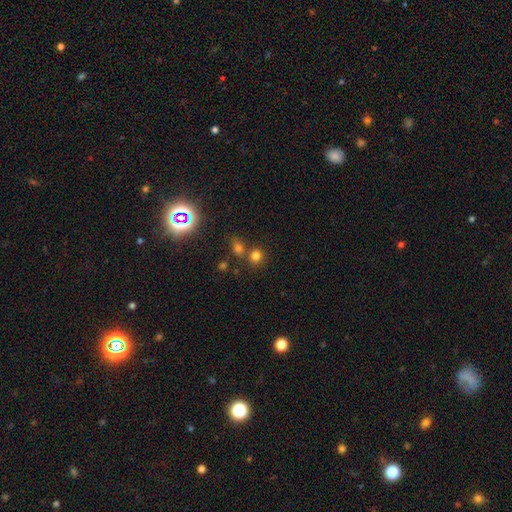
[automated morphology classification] smooth_or_featured: smooth (p=0.72) [alt: star or artifact p=0.21]
how_rounded: round (p=0.80) [alt: in between p=0.18]
merging: none (p=0.62) [alt: merger p=0.26]